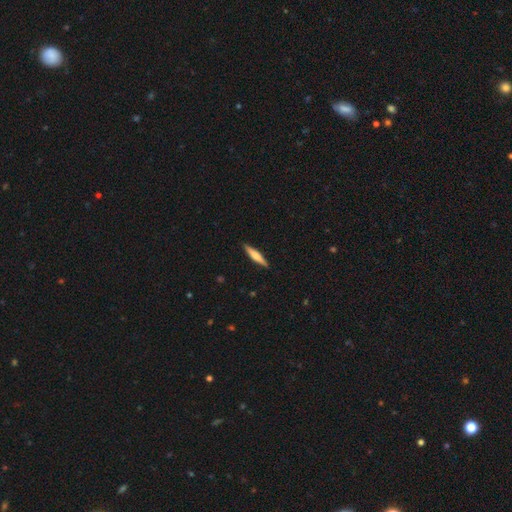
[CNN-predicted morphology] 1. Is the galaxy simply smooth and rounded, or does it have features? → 48% smooth, 46% featured or disk, 6% star or artifact.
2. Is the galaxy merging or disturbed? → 90% none, 7% minor disturbance, 2% major disturbance, 1% merger.